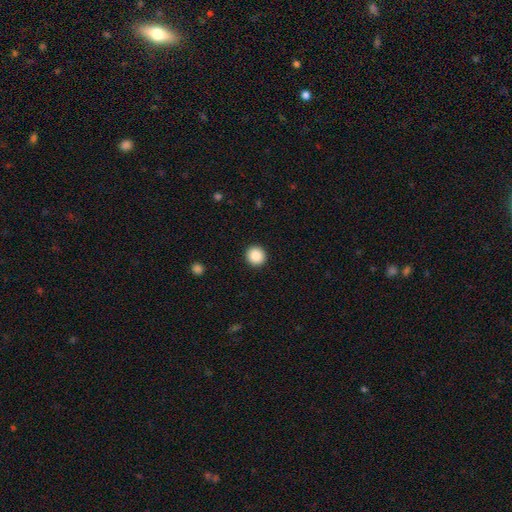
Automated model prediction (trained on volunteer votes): Overall: smooth (88%). How rounded: round (94%). Merging: none (93%).